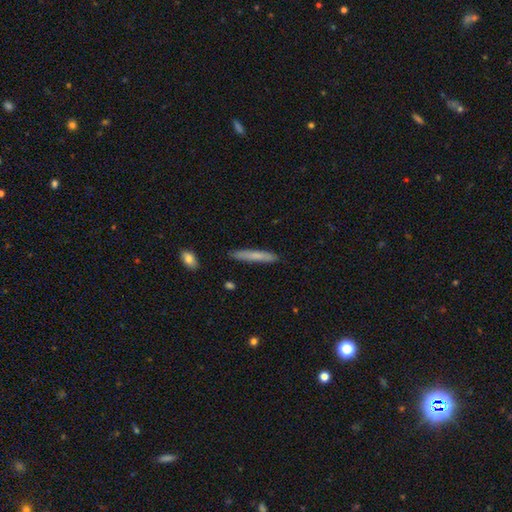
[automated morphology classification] Smooth or featured? smooth (73%)
How rounded? cigar-shaped (95%)
Merging? none (89%)